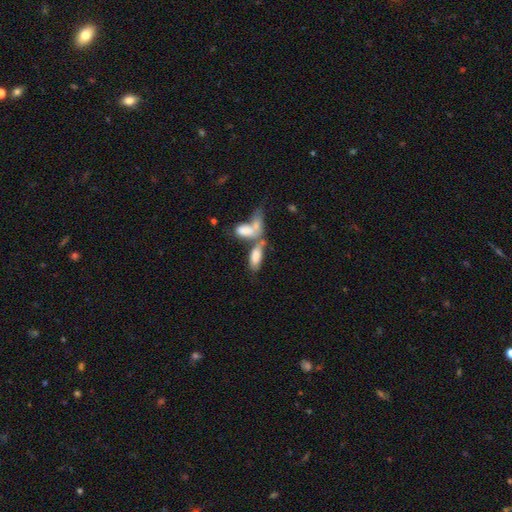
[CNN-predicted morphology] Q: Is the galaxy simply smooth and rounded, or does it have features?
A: smooth — 76%.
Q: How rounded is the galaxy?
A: in between — 83%.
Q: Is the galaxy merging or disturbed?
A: merger — 61%.